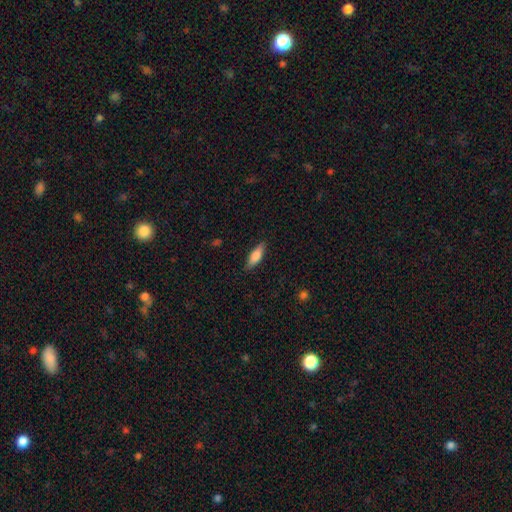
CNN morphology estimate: A smooth galaxy with no disk features (78%) that is in between round and cigar-shaped (57%). Merging: none (86%).